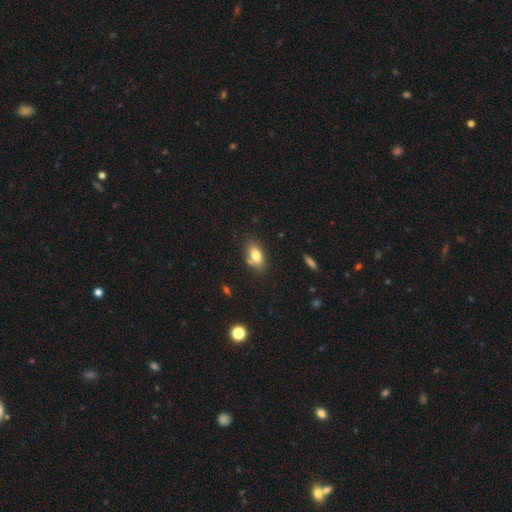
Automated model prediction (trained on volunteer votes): Smooth or featured? Predicted: smooth (p=0.79). How rounded? Predicted: in between (p=0.88). Merging? Predicted: none (p=0.74).